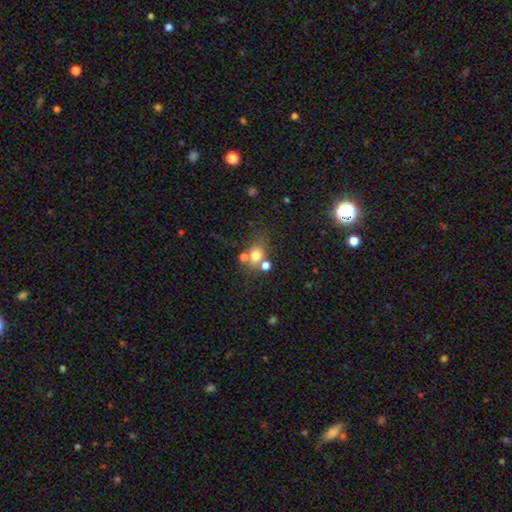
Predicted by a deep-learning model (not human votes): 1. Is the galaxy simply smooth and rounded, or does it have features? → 69% smooth, 16% star or artifact, 15% featured or disk.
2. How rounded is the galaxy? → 53% round, 45% in between, 2% cigar-shaped.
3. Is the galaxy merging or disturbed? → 49% none, 31% merger, 13% minor disturbance, 7% major disturbance.